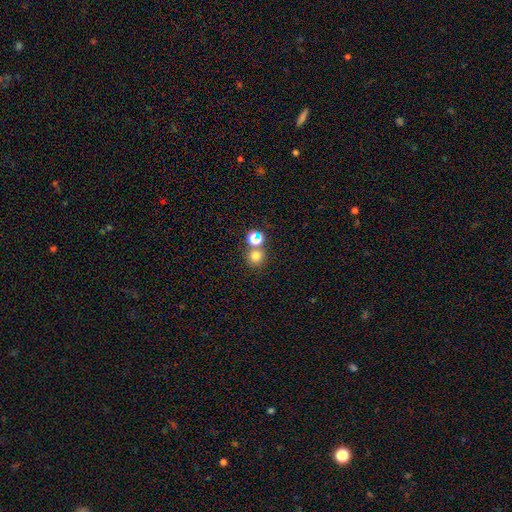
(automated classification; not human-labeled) Smooth or featured: smooth — 72% (star or artifact — 20%)
How rounded: round — 90% (in between — 9%)
Merging: none — 63% (merger — 27%)